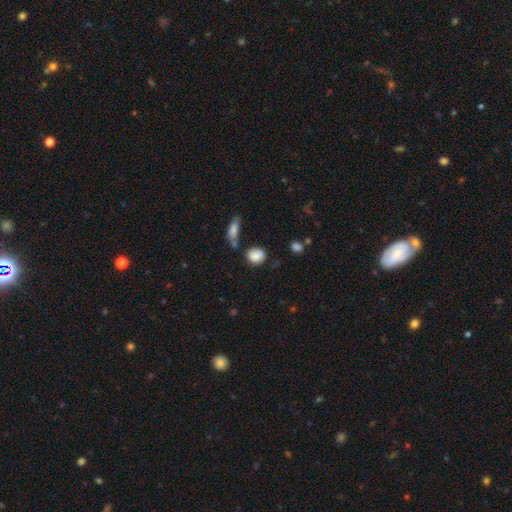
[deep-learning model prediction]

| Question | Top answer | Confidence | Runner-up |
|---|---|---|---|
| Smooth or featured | smooth | 85% | star or artifact (9%) |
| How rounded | round | 58% | in between (40%) |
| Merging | none | 65% | minor disturbance (19%) |